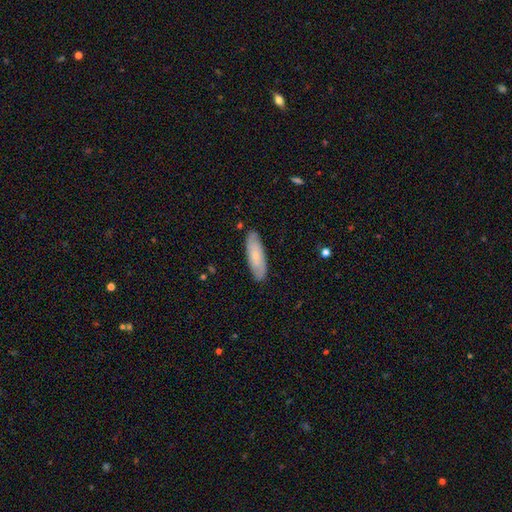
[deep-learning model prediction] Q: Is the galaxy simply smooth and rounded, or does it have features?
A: smooth — 57%.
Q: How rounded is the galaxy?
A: in between — 52%.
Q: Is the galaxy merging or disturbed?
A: none — 86%.